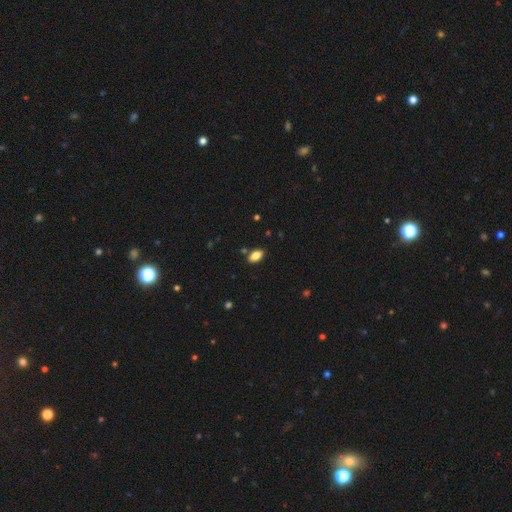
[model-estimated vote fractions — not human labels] Smooth or featured? Predicted: smooth (p=0.84). How rounded? Predicted: in between (p=0.92). Merging? Predicted: none (p=0.84).